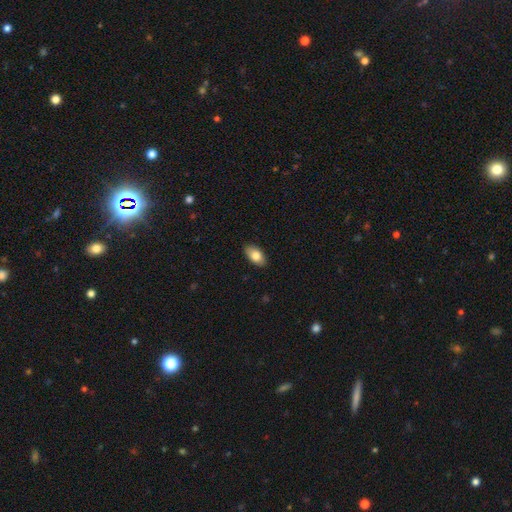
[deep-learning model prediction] Smooth or featured: smooth — 81% (featured or disk — 12%)
How rounded: in between — 92% (round — 5%)
Merging: none — 88% (minor disturbance — 9%)